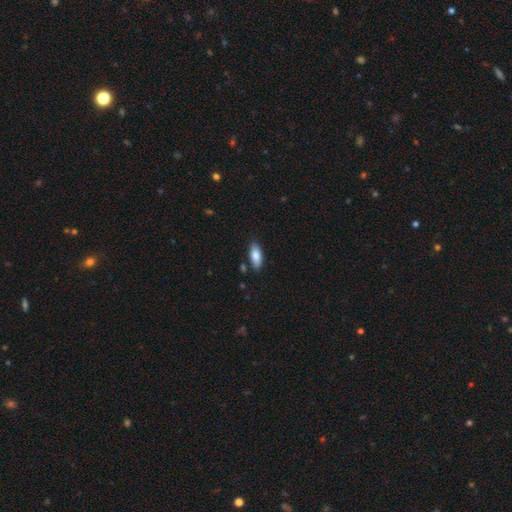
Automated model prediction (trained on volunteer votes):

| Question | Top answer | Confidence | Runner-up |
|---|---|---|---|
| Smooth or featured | smooth | 83% | featured or disk (10%) |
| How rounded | in between | 82% | cigar-shaped (16%) |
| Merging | none | 82% | minor disturbance (13%) |